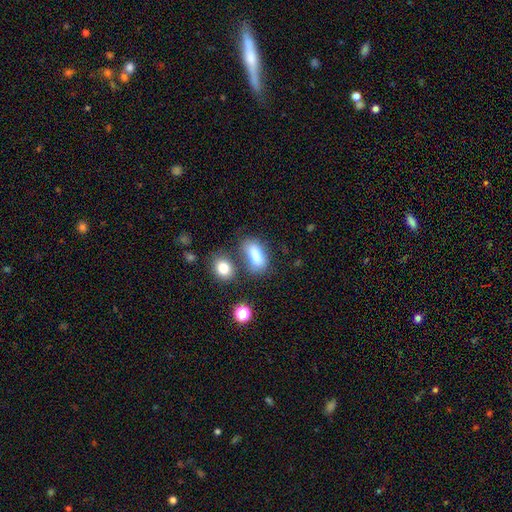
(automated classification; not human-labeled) Smooth or featured?
  - smooth: 79% *
  - featured or disk: 12%
  - star or artifact: 9%
How rounded?
  - in between: 88% *
  - round: 7%
  - cigar-shaped: 5%
Merging?
  - none: 56% *
  - merger: 20%
  - minor disturbance: 17%
  - major disturbance: 7%